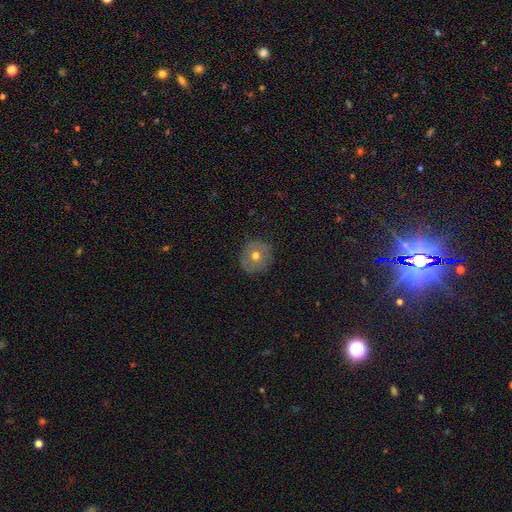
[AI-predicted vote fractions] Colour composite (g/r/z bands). It shows a smooth galaxy with no disk features (61%) that is round (93%). Merging: none (88%).